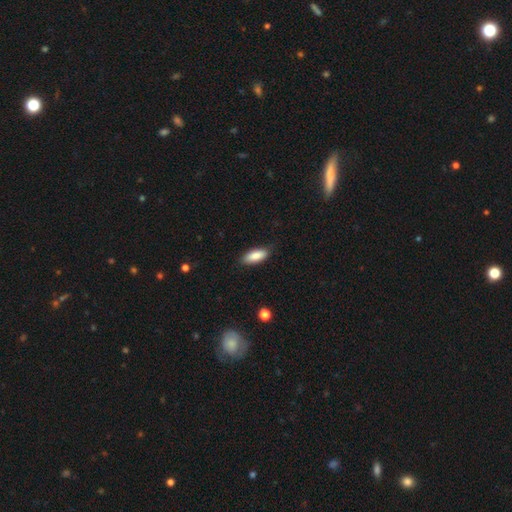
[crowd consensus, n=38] Overall: smooth (82%). How rounded: in between (74%). Merging: none (94%).